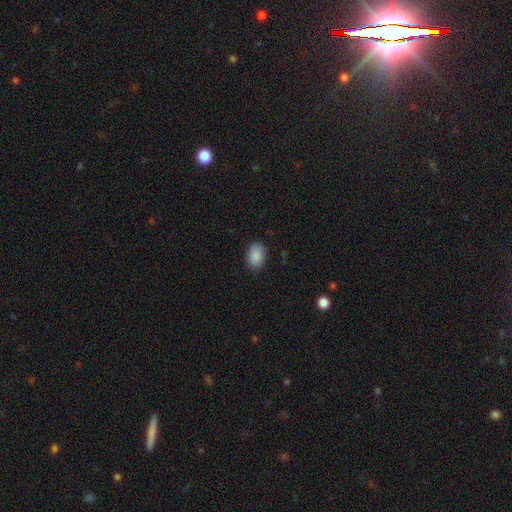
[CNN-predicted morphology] smooth_or_featured: smooth (p=0.89) [alt: star or artifact p=0.07]
how_rounded: in between (p=0.79) [alt: round p=0.20]
merging: none (p=0.85) [alt: minor disturbance p=0.11]